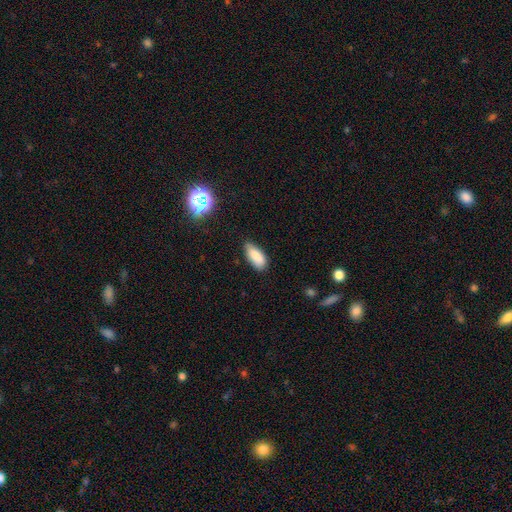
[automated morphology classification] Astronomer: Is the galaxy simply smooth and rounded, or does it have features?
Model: smooth — 84%.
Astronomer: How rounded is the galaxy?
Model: in between — 85%.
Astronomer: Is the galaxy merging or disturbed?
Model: none — 71%.